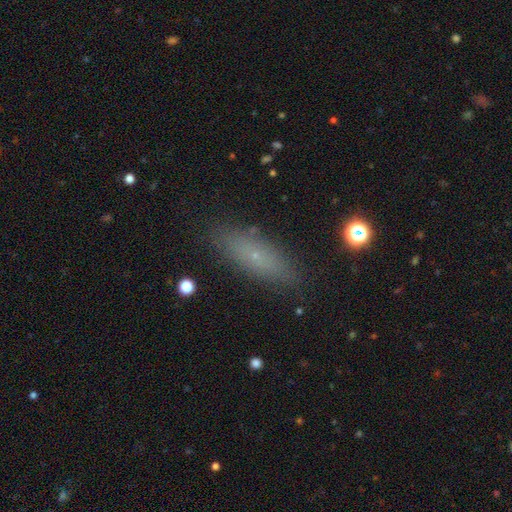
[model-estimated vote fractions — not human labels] smooth_or_featured: smooth (p=0.64) [alt: featured or disk p=0.24]
how_rounded: cigar-shaped (p=0.53) [alt: in between p=0.43]
merging: none (p=0.87) [alt: minor disturbance p=0.09]